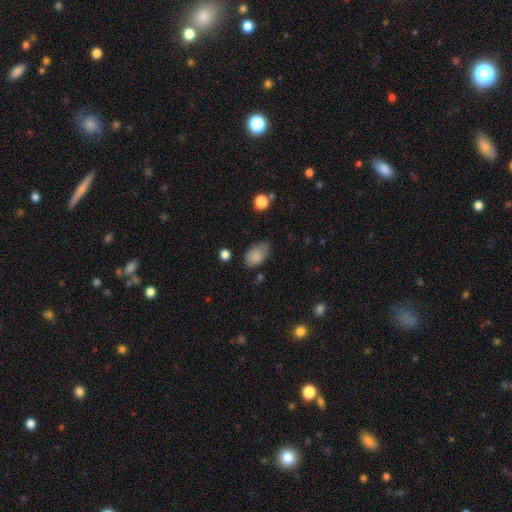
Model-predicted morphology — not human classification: Smooth or featured? smooth (85%)
How rounded? in between (90%)
Merging? none (61%)